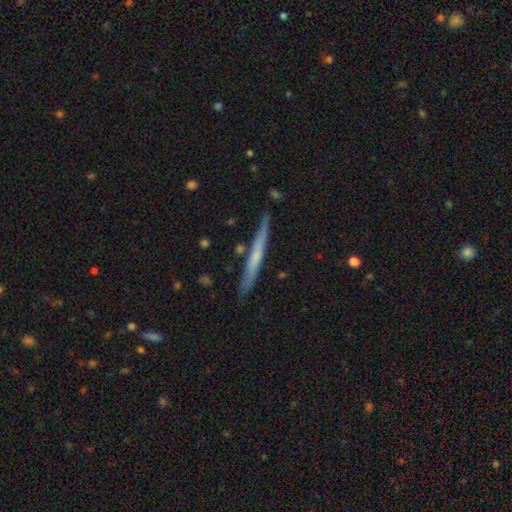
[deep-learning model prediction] Smooth or featured? Predicted: featured or disk (p=0.49). Merging? Predicted: none (p=0.87).